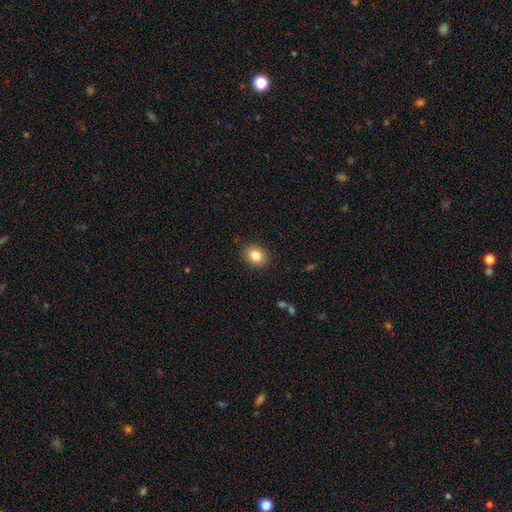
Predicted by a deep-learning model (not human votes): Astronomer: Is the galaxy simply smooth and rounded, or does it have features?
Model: smooth — 84%.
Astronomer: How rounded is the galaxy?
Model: round — 50% (runner-up: in between, 49%).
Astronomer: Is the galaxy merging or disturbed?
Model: none — 89%.